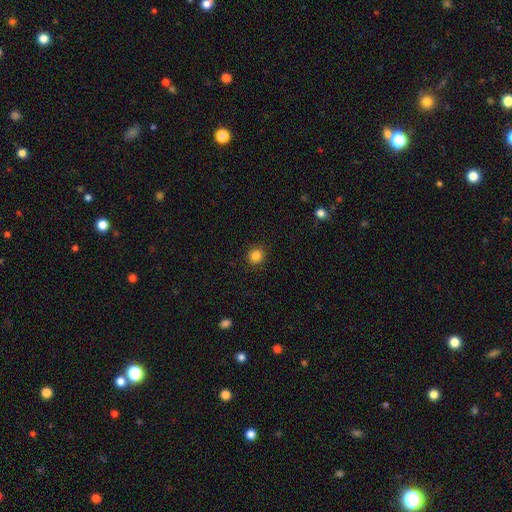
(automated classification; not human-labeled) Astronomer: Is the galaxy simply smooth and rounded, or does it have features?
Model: smooth — 85%.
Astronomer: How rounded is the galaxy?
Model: round — 90%.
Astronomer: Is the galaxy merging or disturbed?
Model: none — 91%.